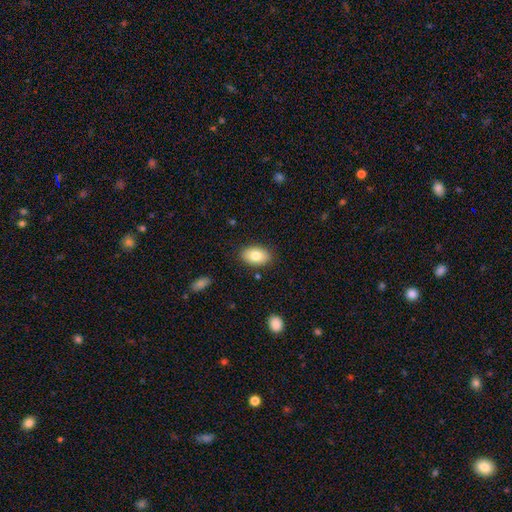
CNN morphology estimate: smooth-or-featured: smooth: 82% | featured or disk: 12% | star or artifact: 7%
  how-rounded: in between: 92% | round: 7% | cigar-shaped: 1%
  merging: none: 86% | minor disturbance: 10% | major disturbance: 2% | merger: 1%